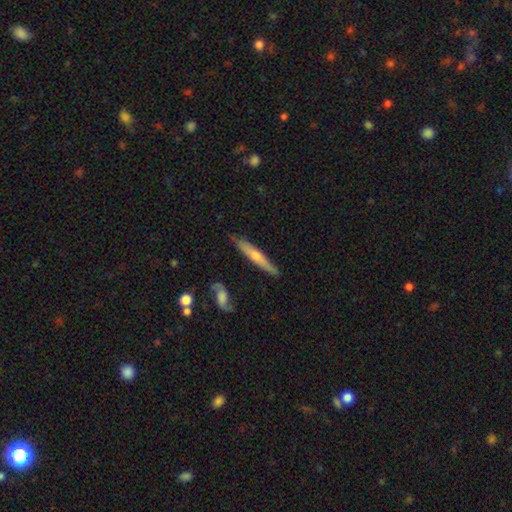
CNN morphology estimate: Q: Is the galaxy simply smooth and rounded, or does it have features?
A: featured or disk — 60%.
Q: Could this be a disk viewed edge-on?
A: yes — 95%.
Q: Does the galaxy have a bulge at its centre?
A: rounded — 74%.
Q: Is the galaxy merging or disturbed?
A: none — 88%.